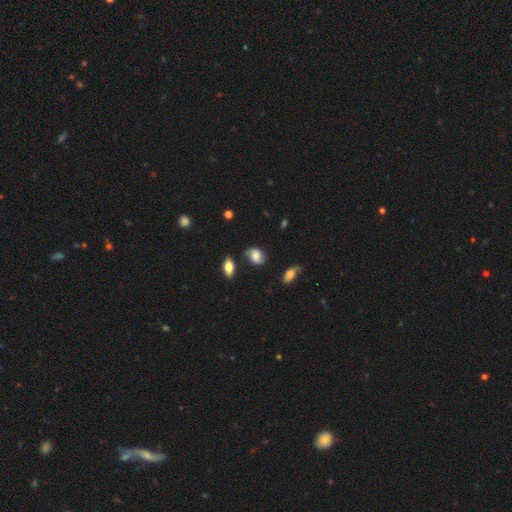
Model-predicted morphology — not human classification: smooth_or_featured: smooth (p=0.65) [alt: featured or disk p=0.25]
how_rounded: in between (p=0.73) [alt: round p=0.25]
merging: none (p=0.57) [alt: minor disturbance p=0.28]